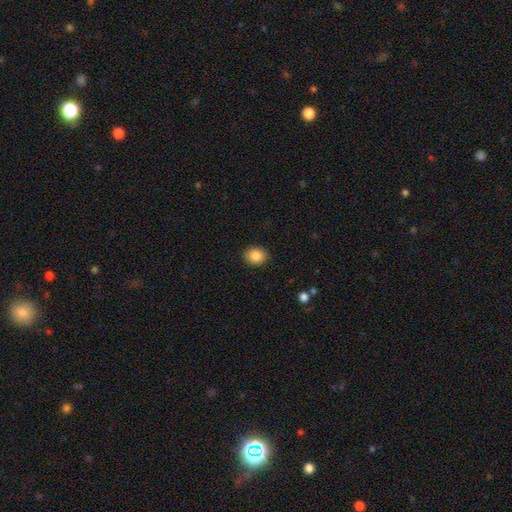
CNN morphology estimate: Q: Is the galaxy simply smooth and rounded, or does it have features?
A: smooth — 86%.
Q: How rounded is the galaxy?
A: round — 58%.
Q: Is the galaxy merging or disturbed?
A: none — 89%.